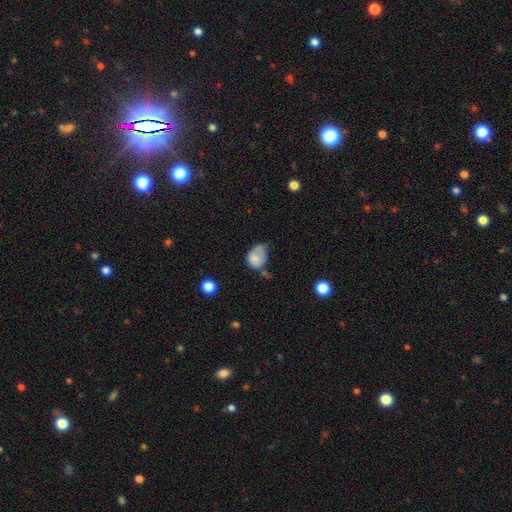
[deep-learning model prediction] Smooth or featured? smooth (76%)
How rounded? in between (62%)
Merging? minor disturbance (40%)